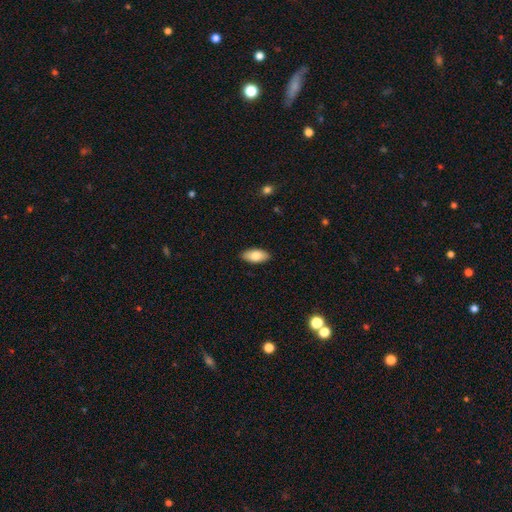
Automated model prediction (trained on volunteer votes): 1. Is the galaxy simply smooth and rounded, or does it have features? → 83% smooth, 11% featured or disk, 6% star or artifact.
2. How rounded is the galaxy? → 92% in between, 6% cigar-shaped, 2% round.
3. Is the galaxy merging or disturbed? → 89% none, 8% minor disturbance, 2% major disturbance, 1% merger.